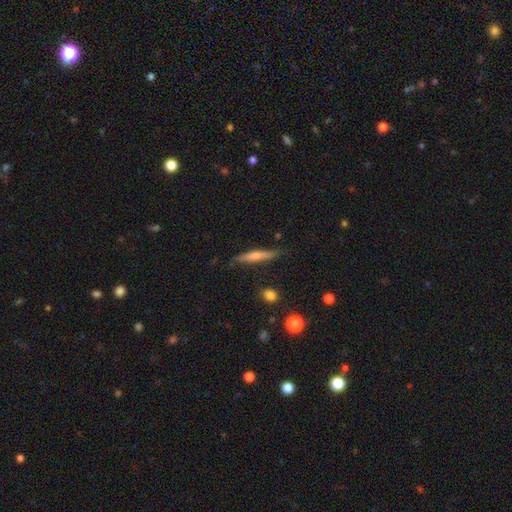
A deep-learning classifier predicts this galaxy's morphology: A featured or disk galaxy (50%).

Vote fractions:
- Smooth or featured? featured or disk: 50% / smooth: 43% / star or artifact: 7%
- Merging? none: 84% / minor disturbance: 12% / major disturbance: 2% / merger: 2%